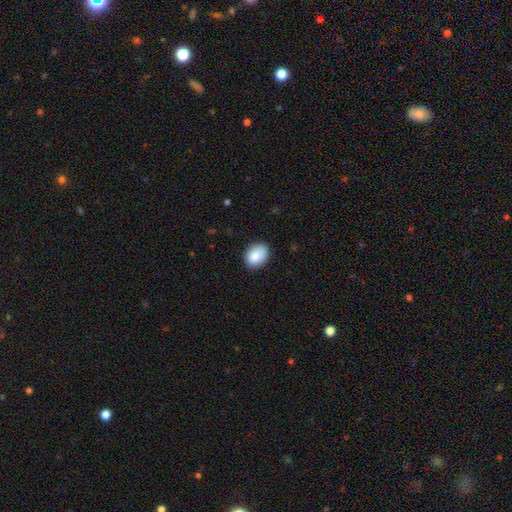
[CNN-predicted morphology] This is clearly a smooth galaxy (86%). How rounded: likely in between (68%). Merging: clearly none (82%).